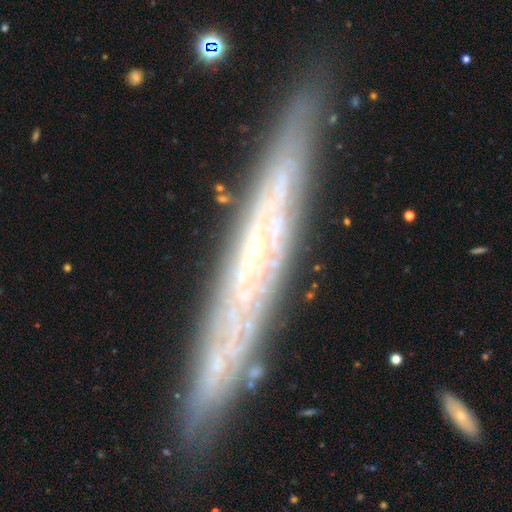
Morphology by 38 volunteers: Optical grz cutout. It shows a featured or disk galaxy (74%) viewed edge-on (89%) with no central bulge (96%). Merging: none (73%).